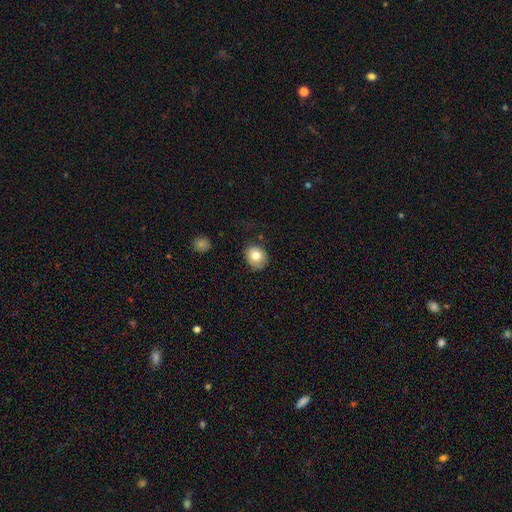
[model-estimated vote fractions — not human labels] smooth-or-featured: smooth: 76% | featured or disk: 15% | star or artifact: 9%
  how-rounded: round: 68% | in between: 31% | cigar-shaped: 1%
  merging: none: 75% | minor disturbance: 18% | major disturbance: 5% | merger: 2%